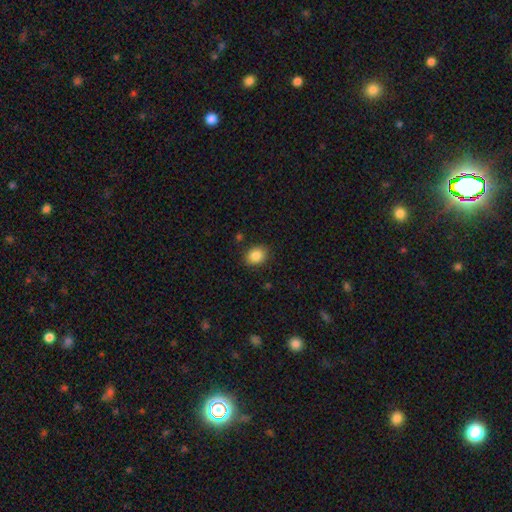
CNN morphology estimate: A smooth galaxy with no disk features (86%) that is round (50%, tied with in between).

Vote fractions:
- Smooth or featured? smooth: 86% / star or artifact: 9% / featured or disk: 5%
- How rounded? round: 50% (tied) / in between: 50% (tied) / cigar-shaped: 1%
- Merging? none: 86% / minor disturbance: 10% / major disturbance: 3% / merger: 2%